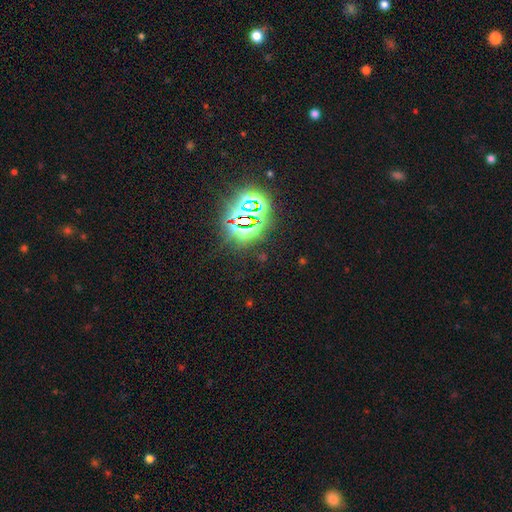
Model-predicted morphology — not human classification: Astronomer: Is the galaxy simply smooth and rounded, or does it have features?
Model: star or artifact — 80%.